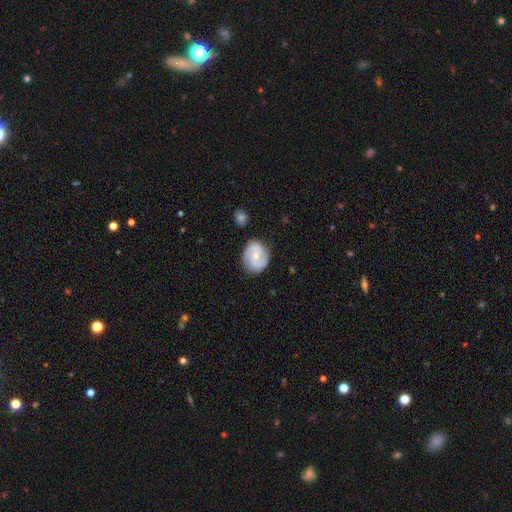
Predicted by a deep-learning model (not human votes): smooth_or_featured: featured or disk (p=0.62) [alt: smooth p=0.32]
disk_edge_on: no (p=0.97) [alt: yes p=0.03]
bar: no (p=0.52) [alt: weak p=0.38]
has_spiral_arms: yes (p=0.84) [alt: no p=0.16]
spiral_winding: medium (p=0.46) [alt: tight p=0.30]
spiral_arm_count: 2 (p=0.83) [alt: can't tell p=0.10]
bulge_size: moderate (p=0.49) [alt: small p=0.46]
merging: none (p=0.78) [alt: minor disturbance p=0.16]